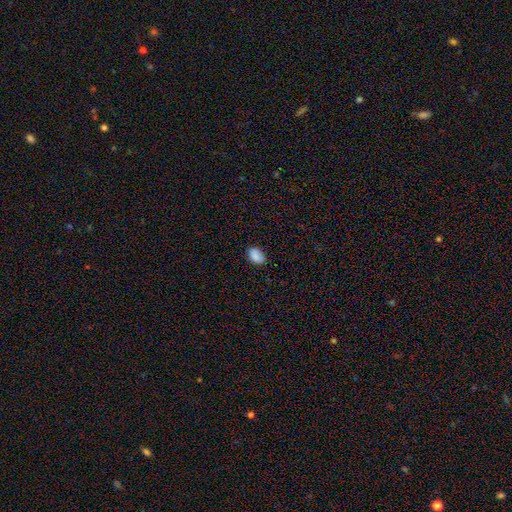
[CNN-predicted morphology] The model was most divided on "merging": none: 78%, minor disturbance: 17%, major disturbance: 3%, merger: 1%. More confident: smooth or featured — smooth (86%); how rounded — in between (83%).